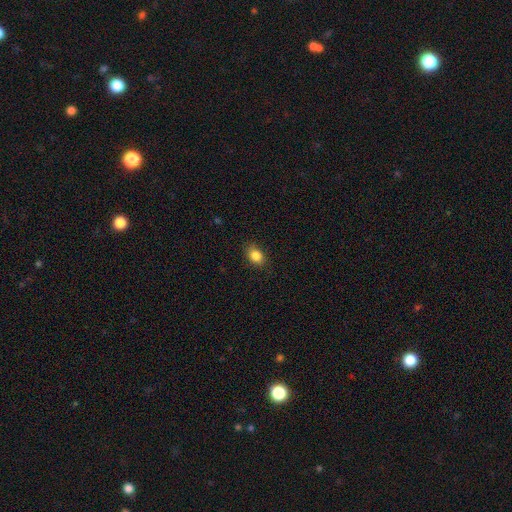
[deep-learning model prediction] This appears to be a smooth galaxy with no disk features (86%) that is in between round and cigar-shaped (72%). Merging: none (85%).